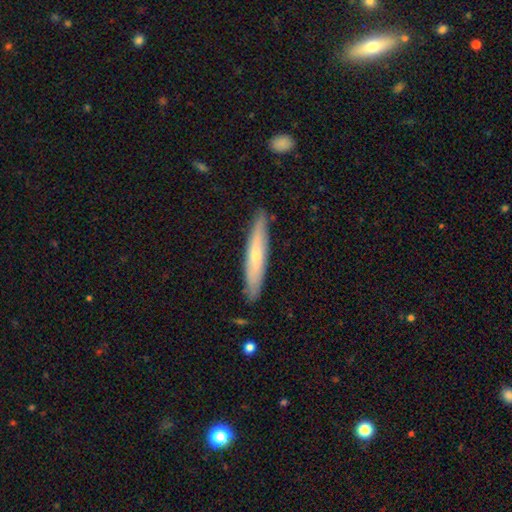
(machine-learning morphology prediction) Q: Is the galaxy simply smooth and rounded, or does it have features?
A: smooth — 53%.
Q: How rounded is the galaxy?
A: cigar-shaped — 91%.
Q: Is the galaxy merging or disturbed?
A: none — 86%.